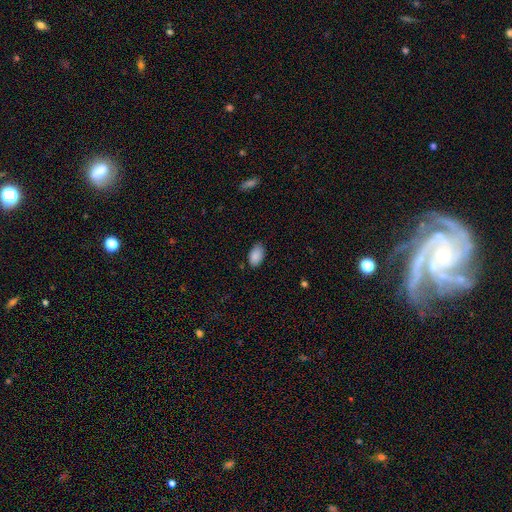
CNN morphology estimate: type=smooth (89%); roundness=in between (92%); merging=none (77%).